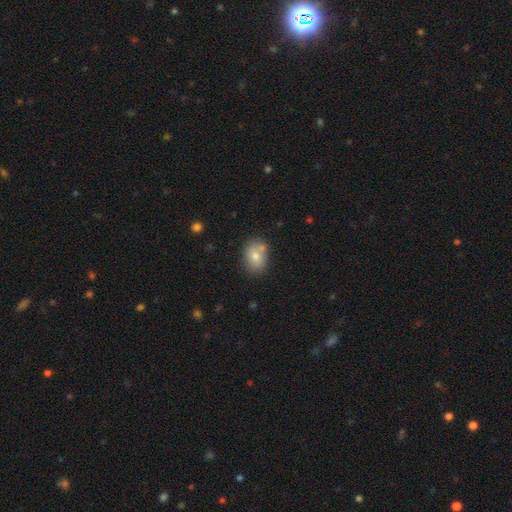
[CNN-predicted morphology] This is likely a smooth galaxy (76%). How rounded: likely in between (66%). Merging: likely none (64%).